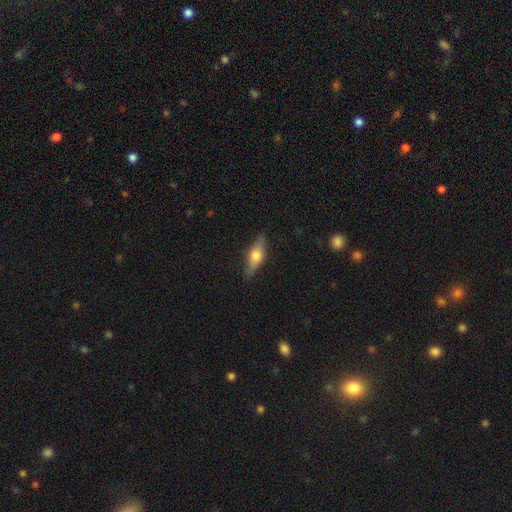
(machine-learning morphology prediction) smooth_or_featured: smooth (p=0.54) [alt: featured or disk p=0.40]
how_rounded: in between (p=0.56) [alt: cigar-shaped p=0.41]
merging: none (p=0.83) [alt: minor disturbance p=0.13]